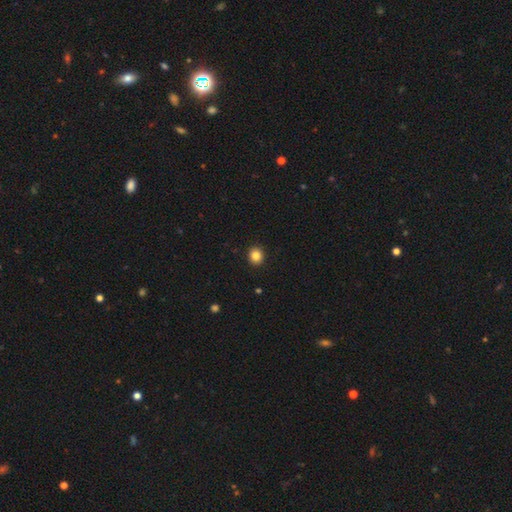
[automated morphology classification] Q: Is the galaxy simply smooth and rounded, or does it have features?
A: smooth — 85%.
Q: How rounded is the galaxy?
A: round — 82%.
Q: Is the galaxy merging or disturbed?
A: none — 93%.